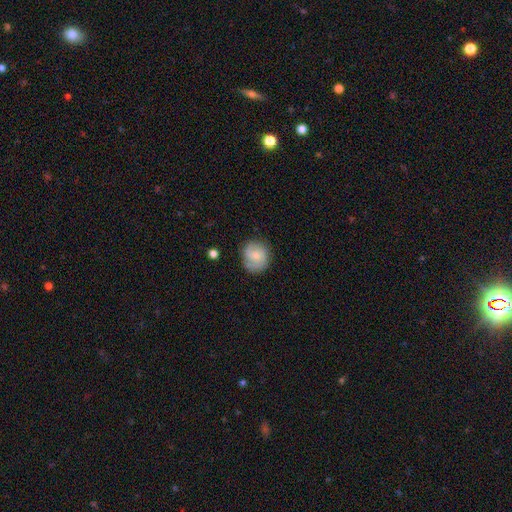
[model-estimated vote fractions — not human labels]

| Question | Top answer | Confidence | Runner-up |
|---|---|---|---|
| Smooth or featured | featured or disk | 49% | smooth (43%) |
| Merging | none | 75% | minor disturbance (17%) |